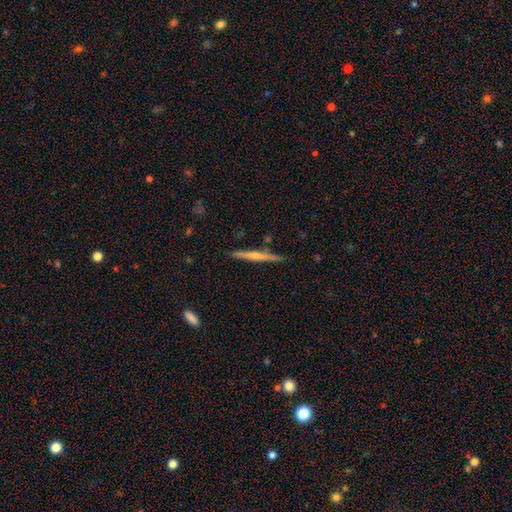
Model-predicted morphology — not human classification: This appears to be a featured or disk galaxy (57%) viewed edge-on (97%) with a rounded central bulge (61%). Merging: none (86%).